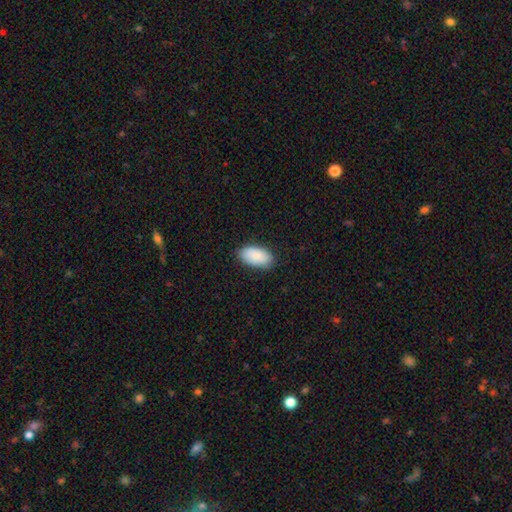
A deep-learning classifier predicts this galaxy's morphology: type=smooth (89%); roundness=in between (95%); merging=none (85%).